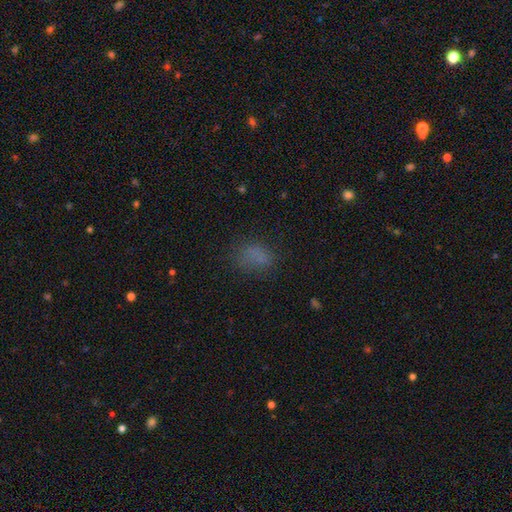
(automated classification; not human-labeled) Q: Smooth or featured?
A: smooth (72%); runner-up: star or artifact (19%)
Q: How rounded?
A: in between (74%); runner-up: round (23%)
Q: Merging?
A: none (64%); runner-up: minor disturbance (21%)